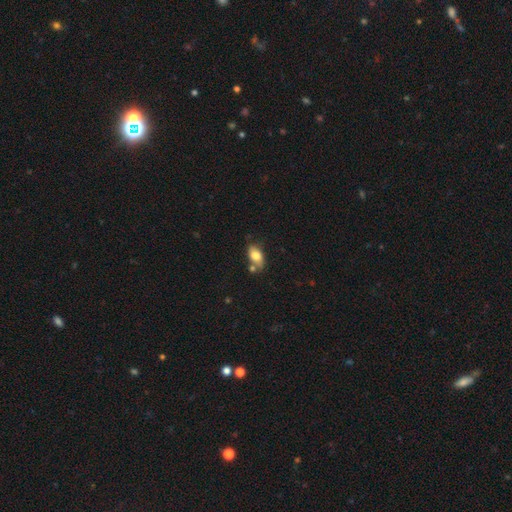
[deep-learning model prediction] The model was most divided on "merging": none: 62%, minor disturbance: 18%, merger: 15%, major disturbance: 4%. More confident: how rounded — in between (89%); smooth or featured — smooth (78%).